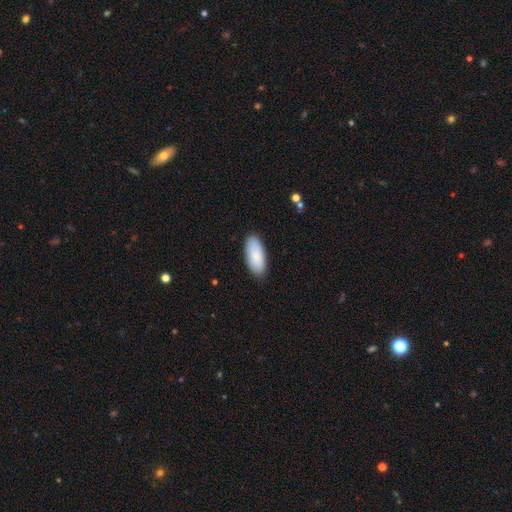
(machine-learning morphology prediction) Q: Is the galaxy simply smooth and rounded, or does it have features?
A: smooth — 88%.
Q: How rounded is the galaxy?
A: in between — 88%.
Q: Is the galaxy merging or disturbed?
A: none — 87%.